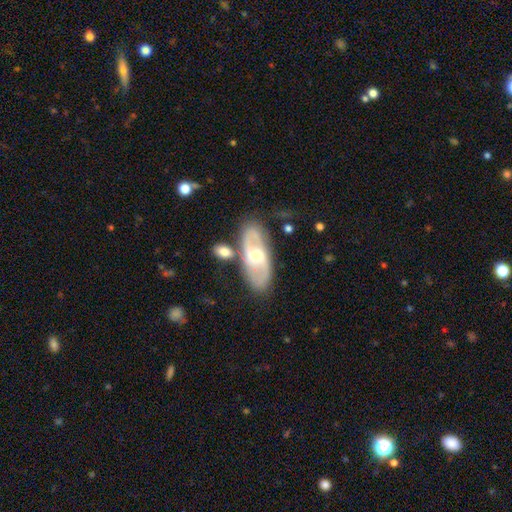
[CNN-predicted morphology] A featured or disk galaxy (74%) with no bar (45%), 2 (80%) medium (48%) spiral arms (83%) and a moderate central bulge (58%).

Vote fractions:
- Smooth or featured? featured or disk: 74% / smooth: 21% / star or artifact: 6%
- Edge-on disk? no: 88% / yes: 12%
- Bar? no: 45% / weak: 42% / strong: 14%
- Spiral arms? yes: 83% / no: 17%
- Spiral winding? medium: 48% / tight: 27% / loose: 25%
- Spiral arm count? 2: 80% / can't tell: 14% / 3: 2% / 1: 2% / 4: 1% / more than 4: 1%
- Bulge size? moderate: 58% / small: 35% / large: 5% / none: 2% / dominant: 1%
- Merging? none: 71% / minor disturbance: 15% / merger: 9% / major disturbance: 5%